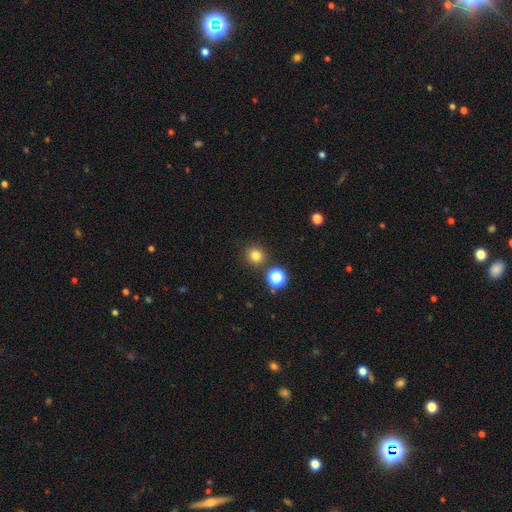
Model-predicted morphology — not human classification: Smooth or featured? smooth (78%)
How rounded? round (92%)
Merging? none (86%)